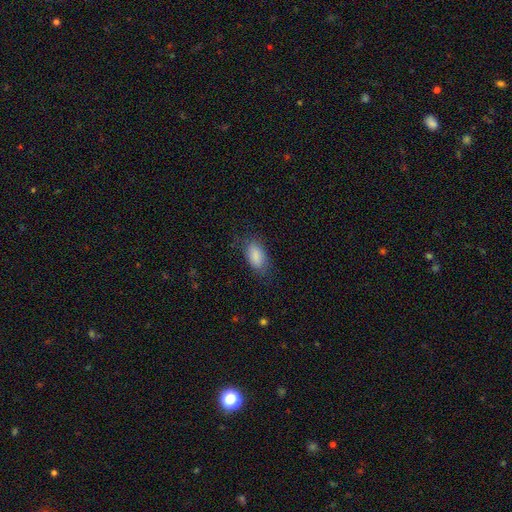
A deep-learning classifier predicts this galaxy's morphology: type=smooth (87%); roundness=in between (92%); merging=none (74%).